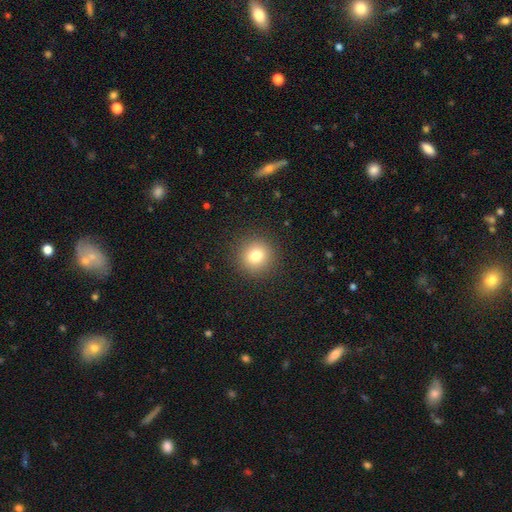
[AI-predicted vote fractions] A smooth galaxy with no disk features (79%) that is round (94%). Merging: none (91%).